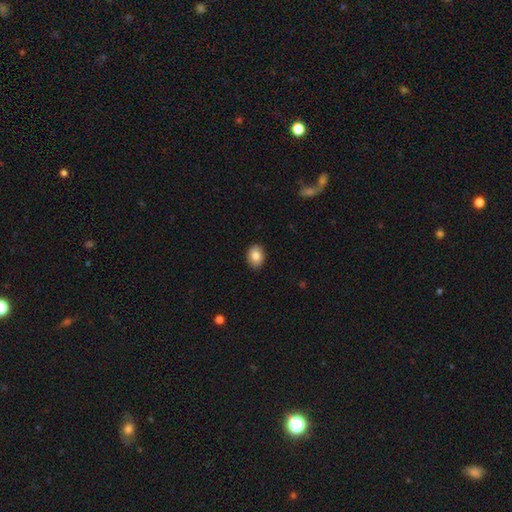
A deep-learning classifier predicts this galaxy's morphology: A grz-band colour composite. It shows a smooth galaxy with no disk features (84%) that is in between round and cigar-shaped (66%). Merging: none (90%).